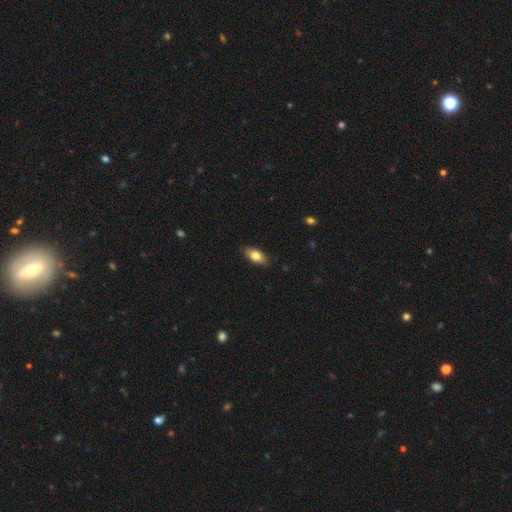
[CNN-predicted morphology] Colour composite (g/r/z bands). It shows a smooth galaxy with no disk features (77%) that is in between round and cigar-shaped (86%). Merging: none (87%).